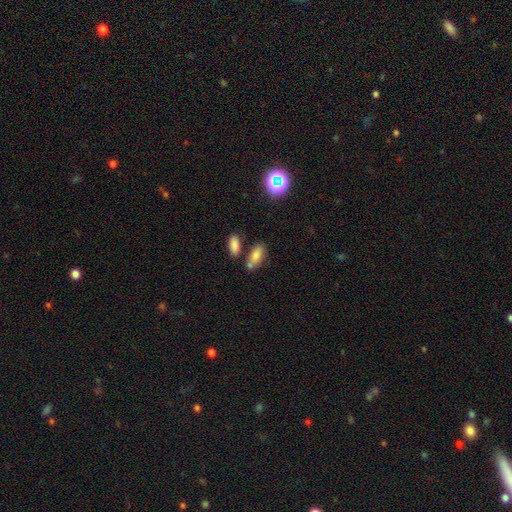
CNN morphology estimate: smooth 78%, featured or disk 11%, star or artifact 11%. Down the decision tree: how rounded — in between (85%); merging — none (57%).